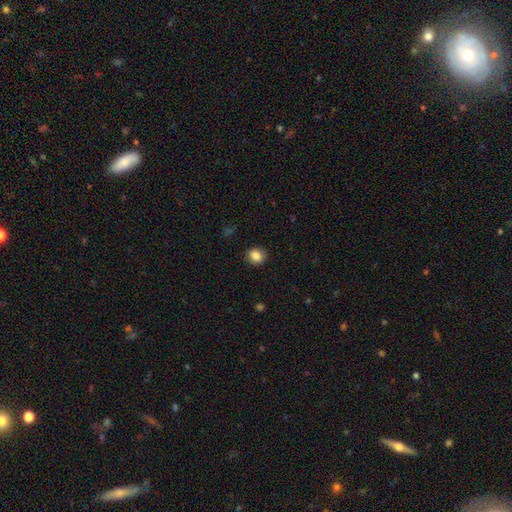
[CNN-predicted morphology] The model was most divided on "how rounded": round: 78%, in between: 21%, cigar-shaped: 1%. More confident: merging — none (88%); smooth or featured — smooth (85%).